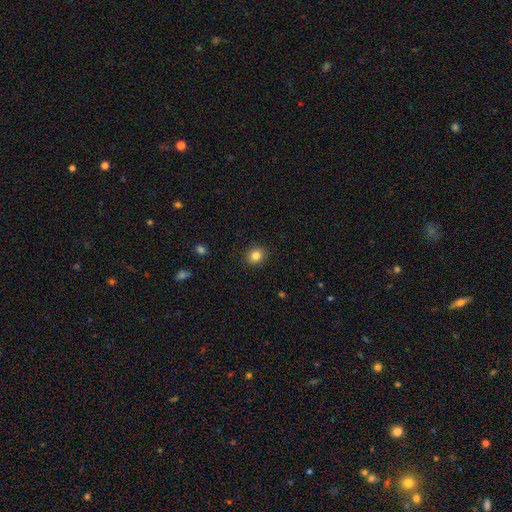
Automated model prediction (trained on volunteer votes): Q: Smooth or featured?
A: smooth (84%); runner-up: star or artifact (11%)
Q: How rounded?
A: round (68%); runner-up: in between (31%)
Q: Merging?
A: none (90%); runner-up: minor disturbance (7%)